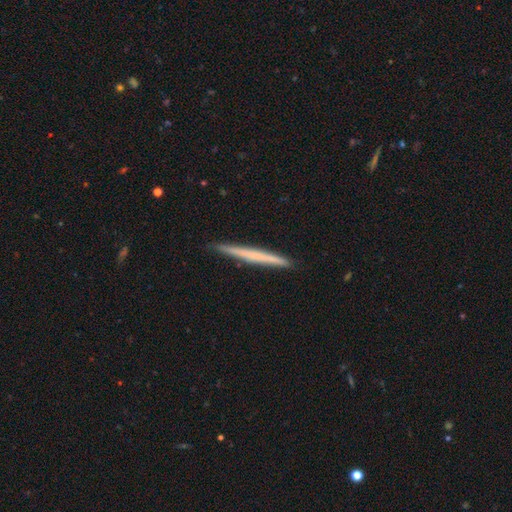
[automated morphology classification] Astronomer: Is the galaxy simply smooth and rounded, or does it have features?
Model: smooth — 50% (runner-up: featured or disk, 44%).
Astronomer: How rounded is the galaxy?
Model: cigar-shaped — 97%.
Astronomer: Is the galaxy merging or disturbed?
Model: none — 90%.